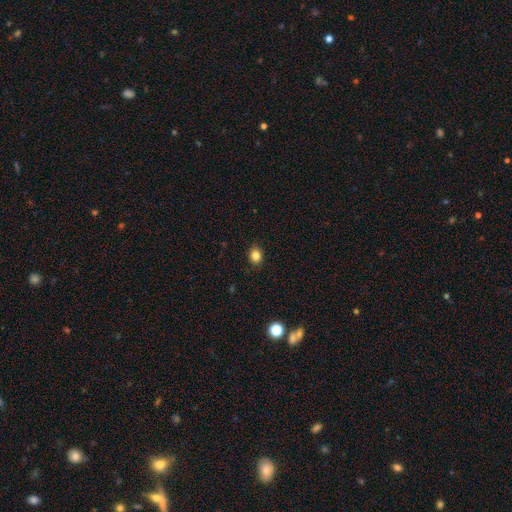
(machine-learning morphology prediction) smooth 84%, star or artifact 11%, featured or disk 5%. Down the decision tree: how rounded — round (58%); merging — none (88%).